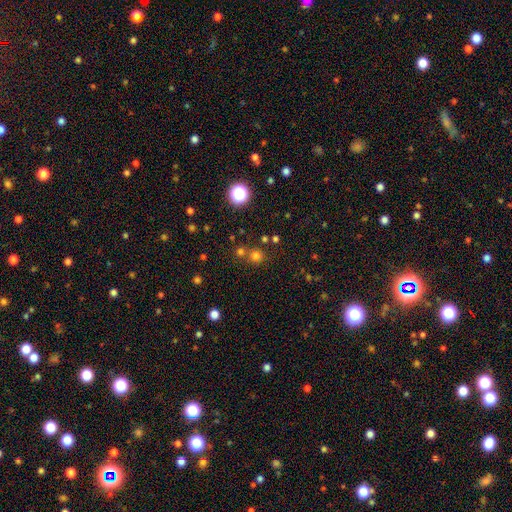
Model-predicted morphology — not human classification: type=smooth (69%); roundness=round (90%); merging=none (67%).